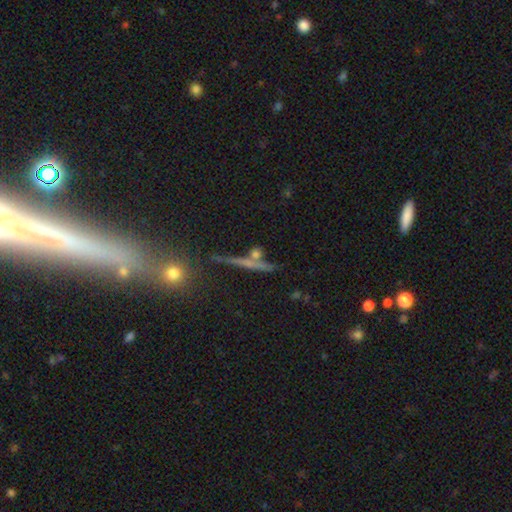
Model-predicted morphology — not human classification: A smooth galaxy with no disk features (44%). Merging: none (65%).